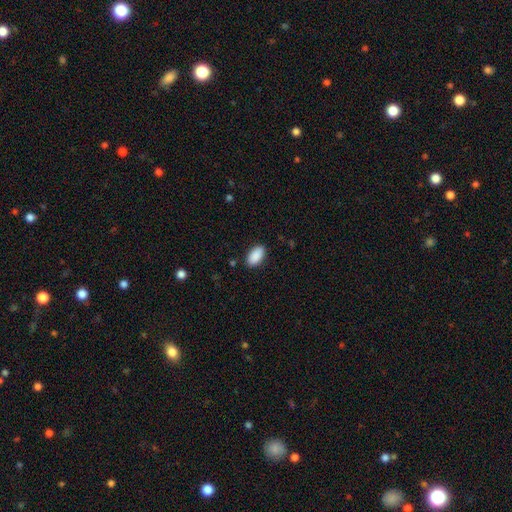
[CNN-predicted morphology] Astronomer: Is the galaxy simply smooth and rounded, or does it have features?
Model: smooth — 90%.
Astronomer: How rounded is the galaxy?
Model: in between — 94%.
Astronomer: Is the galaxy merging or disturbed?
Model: none — 88%.